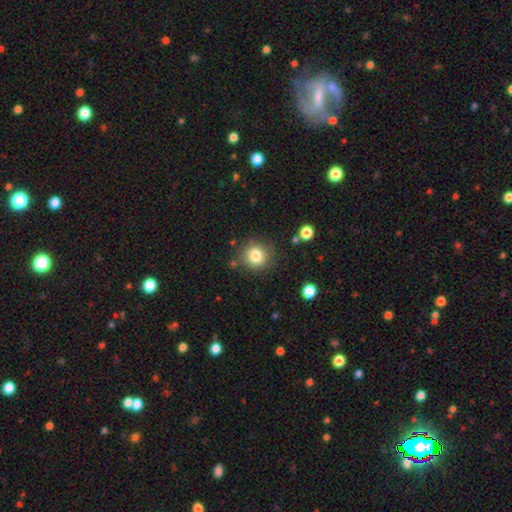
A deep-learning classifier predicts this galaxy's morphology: Smooth or featured?
  - smooth: 82% *
  - star or artifact: 11%
  - featured or disk: 7%
How rounded?
  - round: 88% *
  - in between: 11%
  - cigar-shaped: 1%
Merging?
  - none: 84% *
  - minor disturbance: 10%
  - major disturbance: 3%
  - merger: 3%